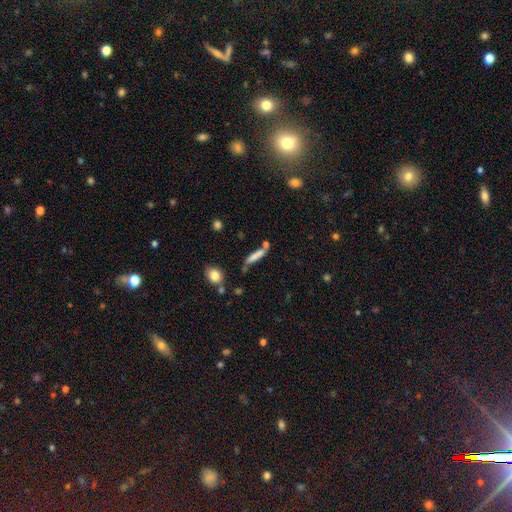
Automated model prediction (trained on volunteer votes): Smooth or featured: smooth — 72% (featured or disk — 19%)
How rounded: cigar-shaped — 84% (in between — 14%)
Merging: none — 62% (merger — 17%)